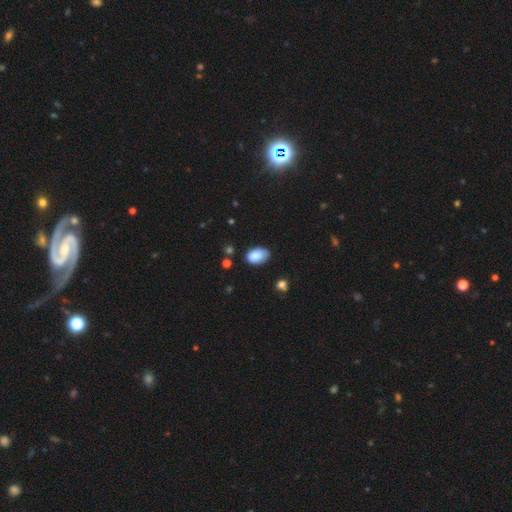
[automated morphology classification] smooth_or_featured: smooth (p=0.86) [alt: star or artifact p=0.08]
how_rounded: in between (p=0.90) [alt: round p=0.09]
merging: none (p=0.69) [alt: minor disturbance p=0.24]